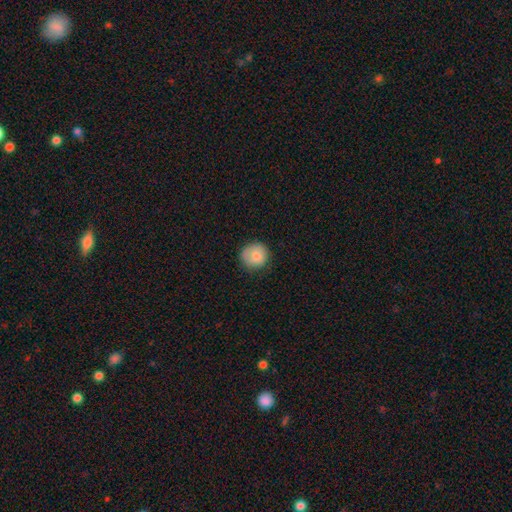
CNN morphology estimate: Smooth or featured? Predicted: smooth (p=0.81). How rounded? Predicted: round (p=0.91). Merging? Predicted: none (p=0.78).